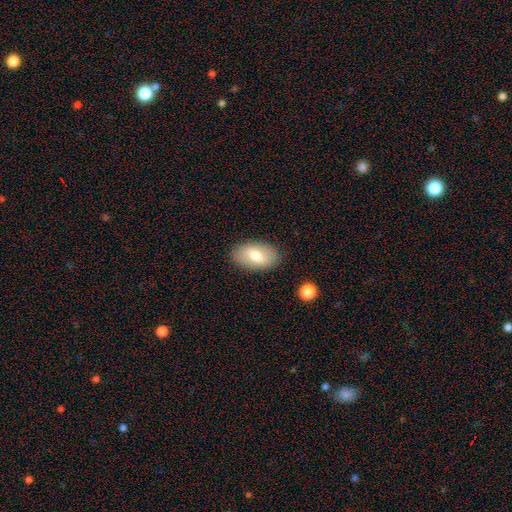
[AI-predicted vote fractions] smooth 70%, featured or disk 24%, star or artifact 7%. Down the decision tree: how rounded — in between (94%); merging — none (86%).